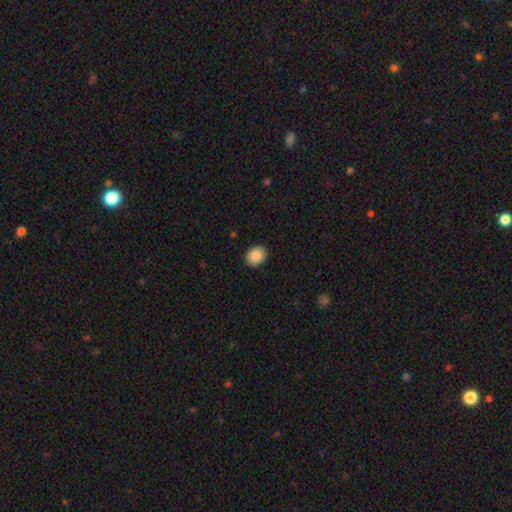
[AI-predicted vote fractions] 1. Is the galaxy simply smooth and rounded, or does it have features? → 88% smooth, 8% star or artifact, 4% featured or disk.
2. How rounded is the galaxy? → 50% in between, 49% round, 1% cigar-shaped.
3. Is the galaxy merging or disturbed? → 90% none, 7% minor disturbance, 2% major disturbance, 1% merger.